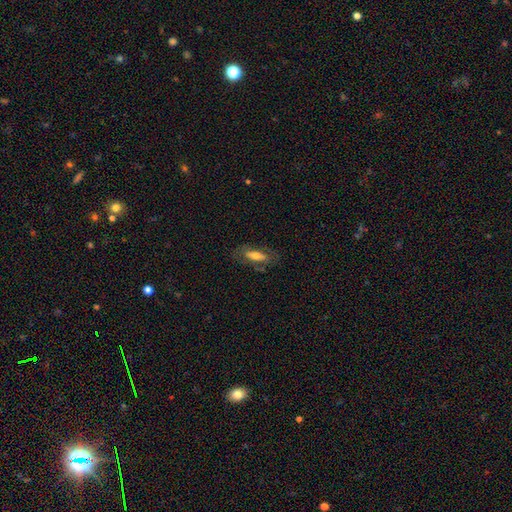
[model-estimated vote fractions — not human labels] smooth 50%, featured or disk 43%, star or artifact 7%. Down the decision tree: merging — none (71%).